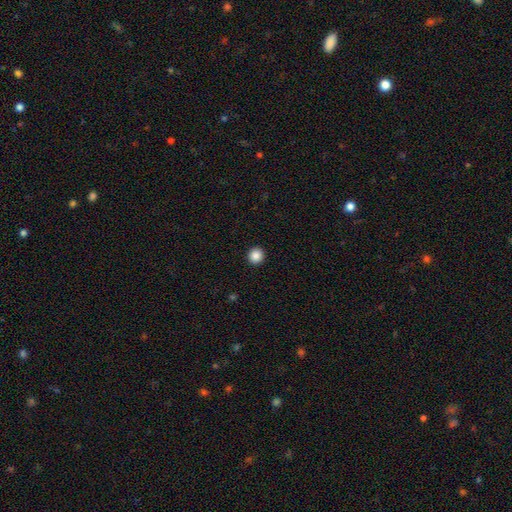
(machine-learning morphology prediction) Overall: smooth (87%). How rounded: round (93%). Merging: none (94%).